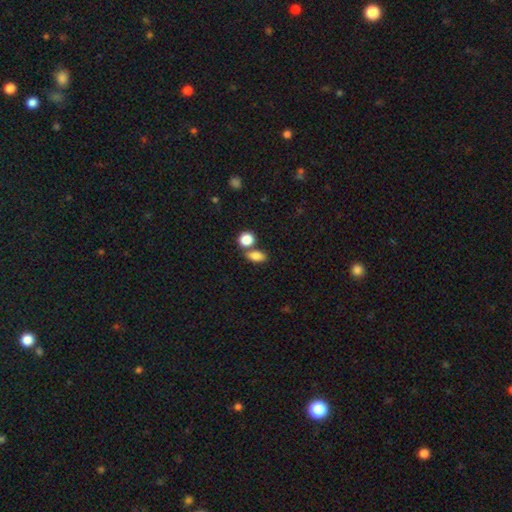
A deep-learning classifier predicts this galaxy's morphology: Overall: smooth (83%). How rounded: in between (78%). Merging: none (57%; merger 28%).